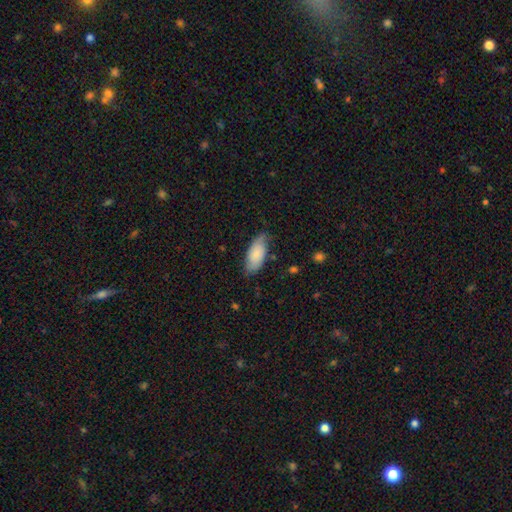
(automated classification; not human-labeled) A smooth galaxy with no disk features (74%) that is in between round and cigar-shaped (90%). Merging: none (67%).